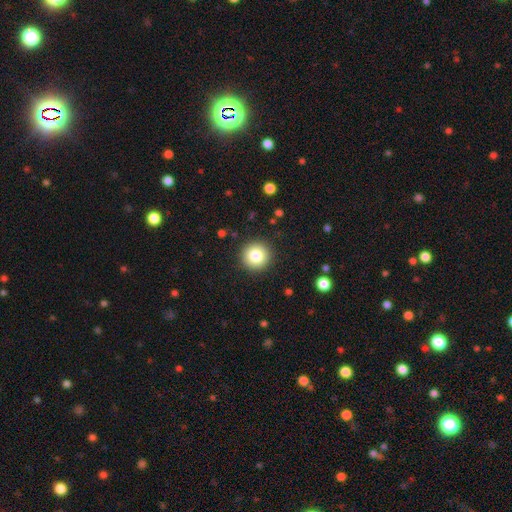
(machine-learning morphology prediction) Q: Smooth or featured?
A: smooth (81%); runner-up: star or artifact (10%)
Q: How rounded?
A: round (95%); runner-up: in between (4%)
Q: Merging?
A: none (91%); runner-up: minor disturbance (6%)